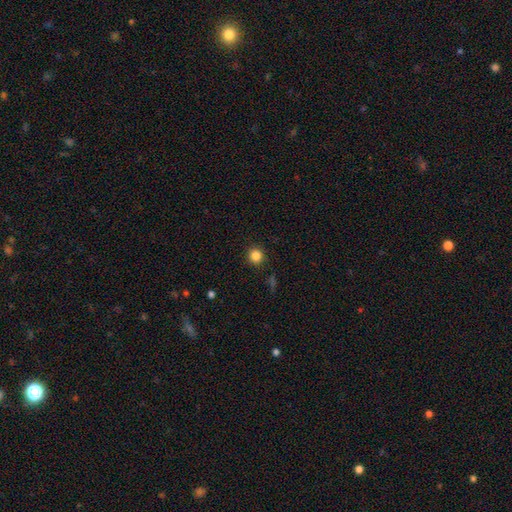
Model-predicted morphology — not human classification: A smooth galaxy with no disk features (84%) that is round (92%). Merging: none (91%).